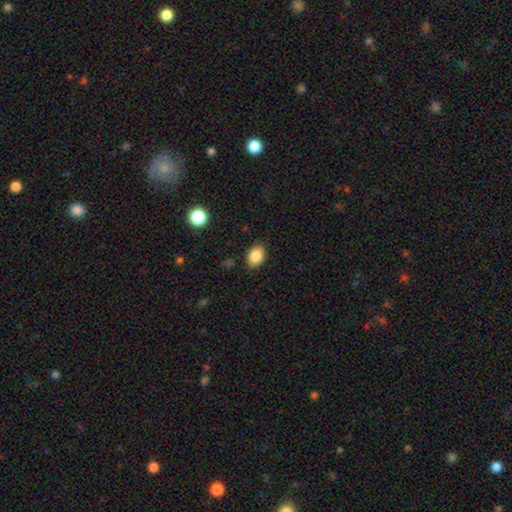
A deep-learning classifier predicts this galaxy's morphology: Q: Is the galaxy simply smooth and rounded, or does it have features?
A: smooth — 86%.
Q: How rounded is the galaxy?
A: in between — 79%.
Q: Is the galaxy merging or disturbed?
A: none — 87%.